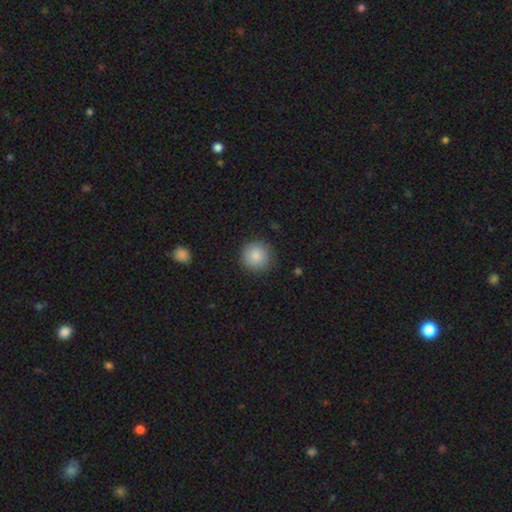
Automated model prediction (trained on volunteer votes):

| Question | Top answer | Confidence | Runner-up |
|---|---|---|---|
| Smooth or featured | smooth | 87% | star or artifact (8%) |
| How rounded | round | 94% | in between (5%) |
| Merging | none | 88% | minor disturbance (8%) |